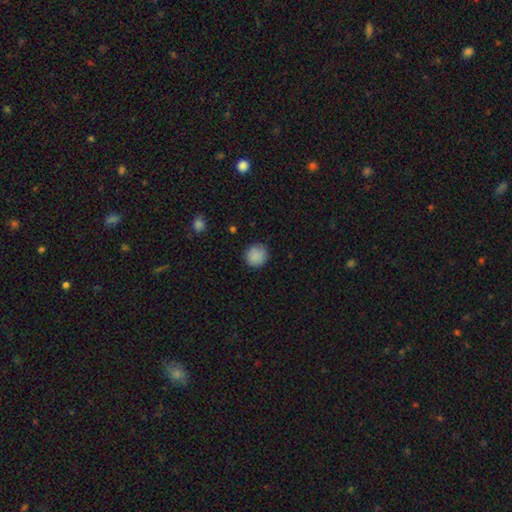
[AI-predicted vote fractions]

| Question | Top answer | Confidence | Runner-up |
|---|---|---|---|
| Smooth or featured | smooth | 88% | star or artifact (8%) |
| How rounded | round | 92% | in between (7%) |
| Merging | none | 87% | minor disturbance (10%) |